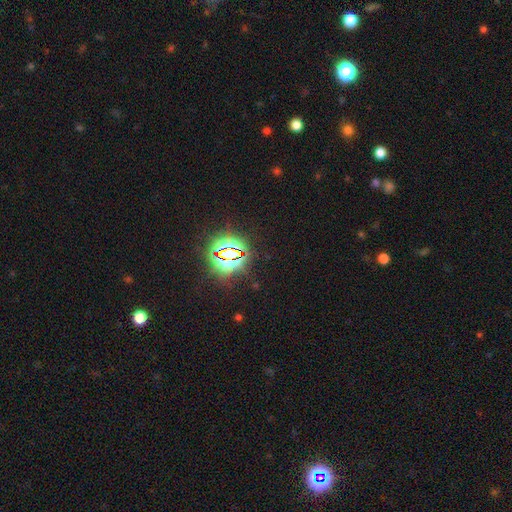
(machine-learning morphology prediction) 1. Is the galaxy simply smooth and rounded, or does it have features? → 82% star or artifact, 12% smooth, 7% featured or disk.